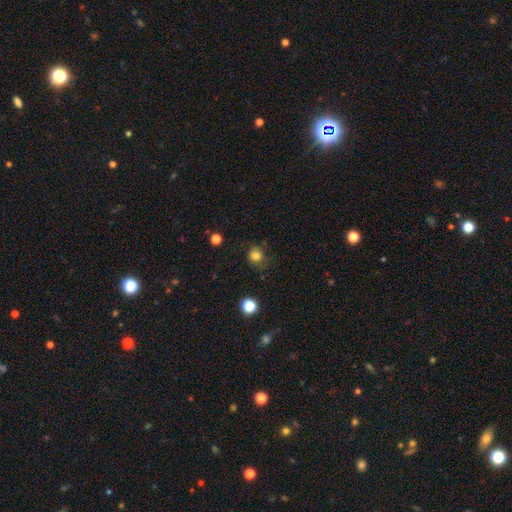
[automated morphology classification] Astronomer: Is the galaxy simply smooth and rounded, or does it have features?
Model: smooth — 81%.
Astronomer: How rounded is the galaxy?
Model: round — 86%.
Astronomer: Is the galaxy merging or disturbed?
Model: none — 76%.